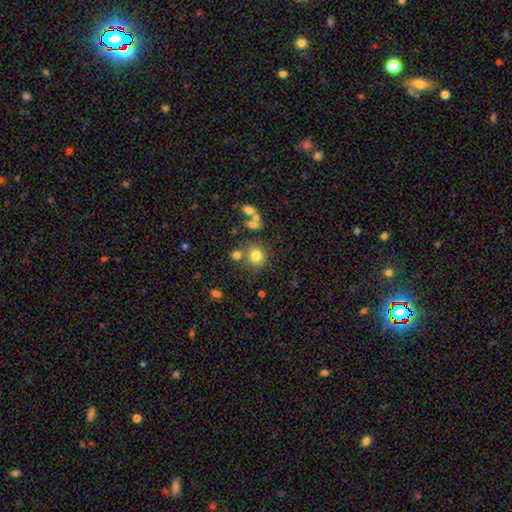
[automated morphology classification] Smooth or featured? smooth (77%)
How rounded? round (89%)
Merging? none (69%)